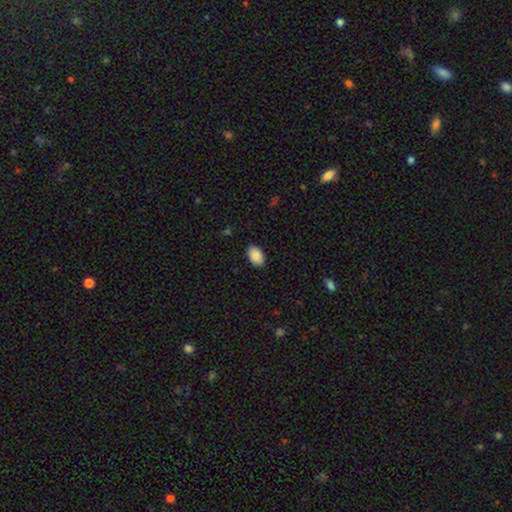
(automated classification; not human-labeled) Overall: smooth (89%). How rounded: in between (91%). Merging: none (87%).